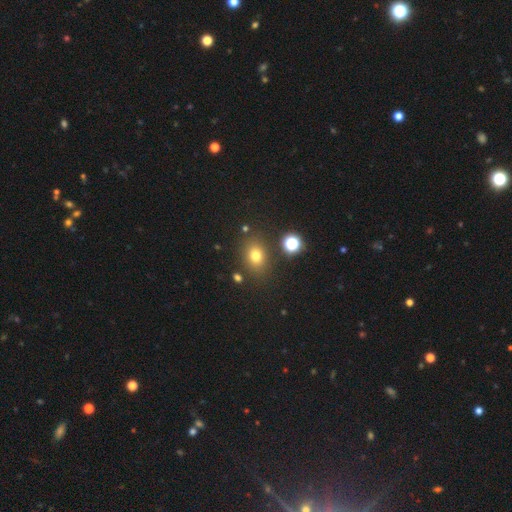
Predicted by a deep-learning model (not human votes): Smooth or featured? Predicted: smooth (p=0.74). How rounded? Predicted: in between (p=0.54). Merging? Predicted: none (p=0.81).